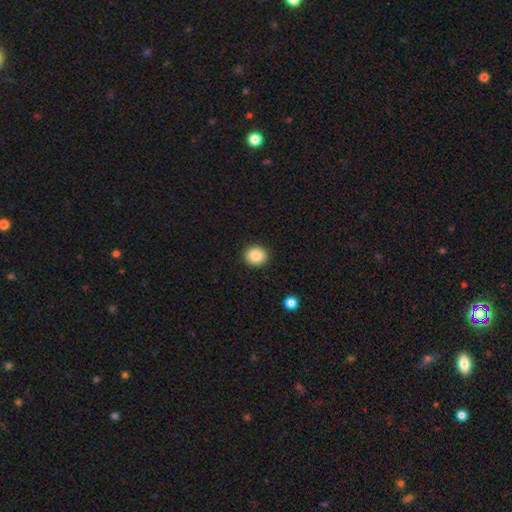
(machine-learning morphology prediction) Q: Smooth or featured?
A: smooth (87%); runner-up: star or artifact (9%)
Q: How rounded?
A: round (74%); runner-up: in between (25%)
Q: Merging?
A: none (91%); runner-up: minor disturbance (6%)